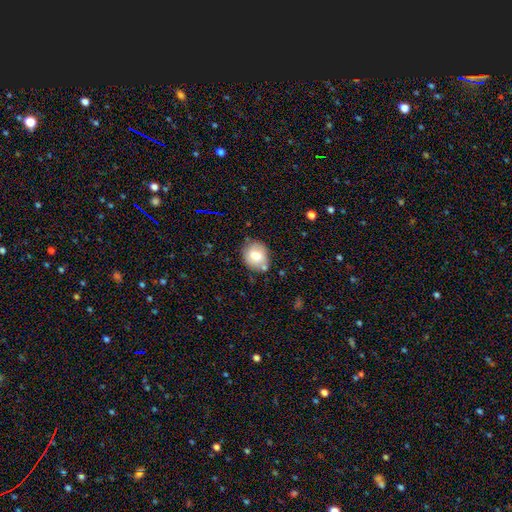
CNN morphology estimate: Smooth or featured? Predicted: smooth (p=0.73). How rounded? Predicted: round (p=0.73). Merging? Predicted: none (p=0.74).